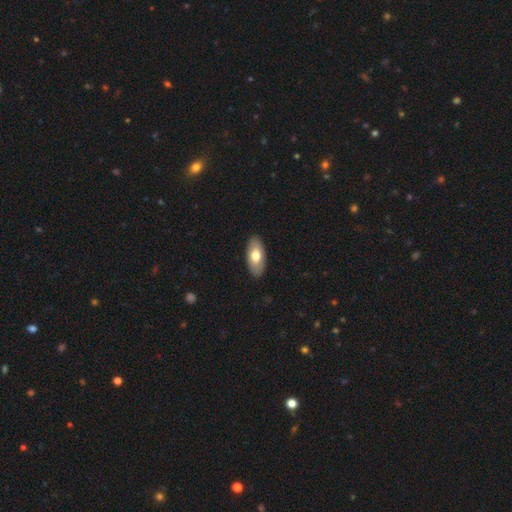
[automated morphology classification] Smooth or featured? smooth (68%)
How rounded? in between (91%)
Merging? none (89%)